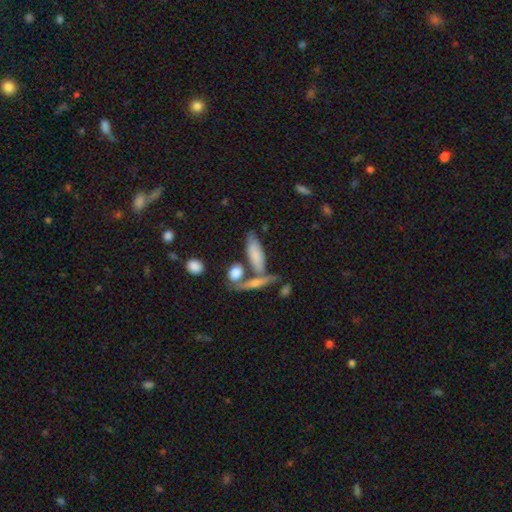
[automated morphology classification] smooth-or-featured: smooth: 67% | featured or disk: 24% | star or artifact: 9%
  how-rounded: in between: 56% | cigar-shaped: 40% | round: 4%
  merging: none: 52% | merger: 28% | minor disturbance: 14% | major disturbance: 6%